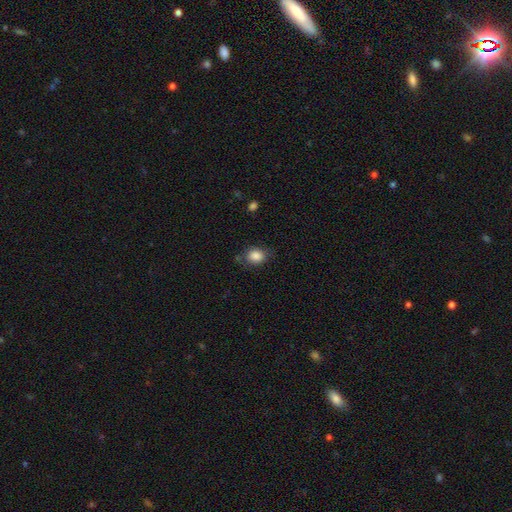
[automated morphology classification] A smooth galaxy with no disk features (85%) that is in between round and cigar-shaped (50%).

Vote fractions:
- Smooth or featured? smooth: 85% / star or artifact: 9% / featured or disk: 6%
- How rounded? in between: 50% / round: 49% / cigar-shaped: 1%
- Merging? none: 72% / minor disturbance: 19% / major disturbance: 6% / merger: 3%